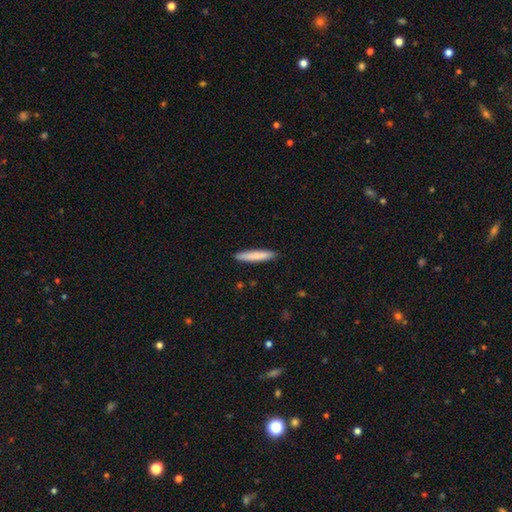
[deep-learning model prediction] Smooth or featured?
  - smooth: 81% *
  - featured or disk: 13%
  - star or artifact: 5%
How rounded?
  - cigar-shaped: 91% *
  - in between: 8%
  - round: 1%
Merging?
  - none: 90% *
  - minor disturbance: 7%
  - major disturbance: 2%
  - merger: 1%